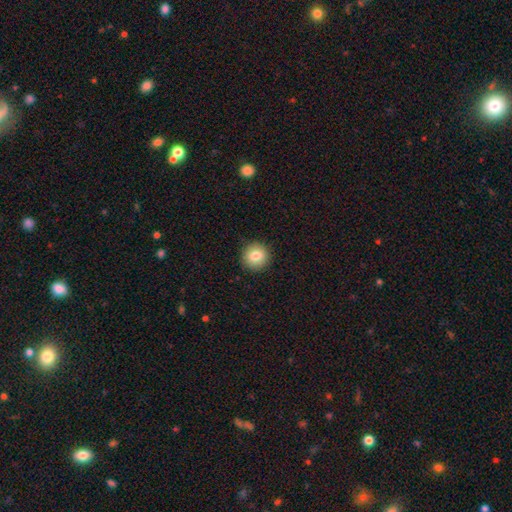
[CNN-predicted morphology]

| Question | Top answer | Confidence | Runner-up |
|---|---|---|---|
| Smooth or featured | smooth | 82% | star or artifact (9%) |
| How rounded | round | 93% | in between (6%) |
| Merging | none | 91% | minor disturbance (6%) |